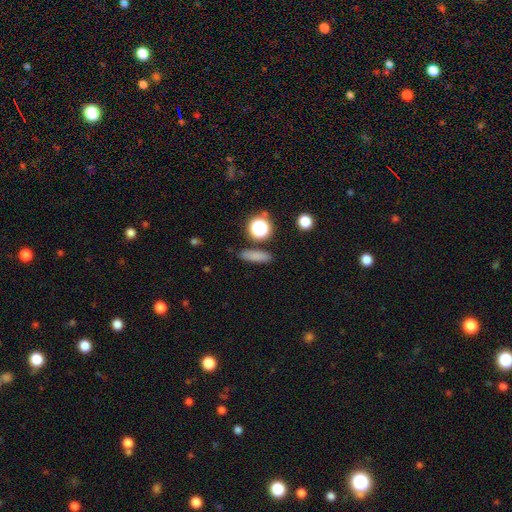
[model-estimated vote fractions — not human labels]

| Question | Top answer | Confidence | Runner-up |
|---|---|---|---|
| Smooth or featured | smooth | 77% | star or artifact (14%) |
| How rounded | cigar-shaped | 59% | in between (28%) |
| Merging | none | 85% | minor disturbance (9%) |